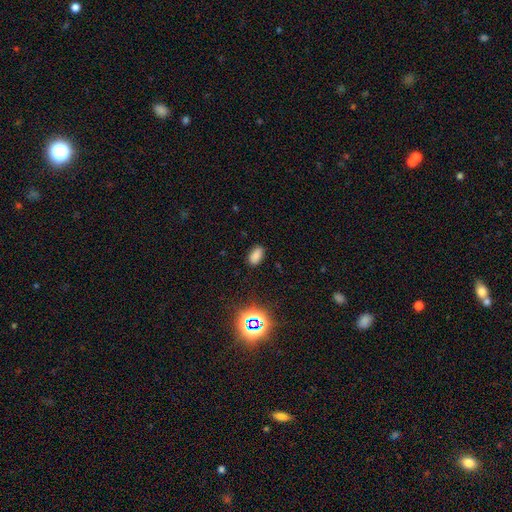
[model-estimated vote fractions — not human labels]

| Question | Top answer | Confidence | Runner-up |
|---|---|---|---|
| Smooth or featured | smooth | 77% | star or artifact (18%) |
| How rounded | in between | 91% | round (6%) |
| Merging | none | 84% | minor disturbance (12%) |